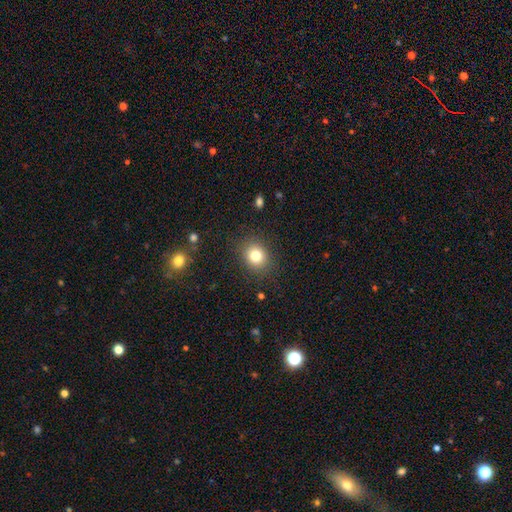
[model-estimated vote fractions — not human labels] smooth_or_featured: smooth (p=0.80) [alt: star or artifact p=0.12]
how_rounded: round (p=0.70) [alt: in between p=0.29]
merging: none (p=0.87) [alt: minor disturbance p=0.09]